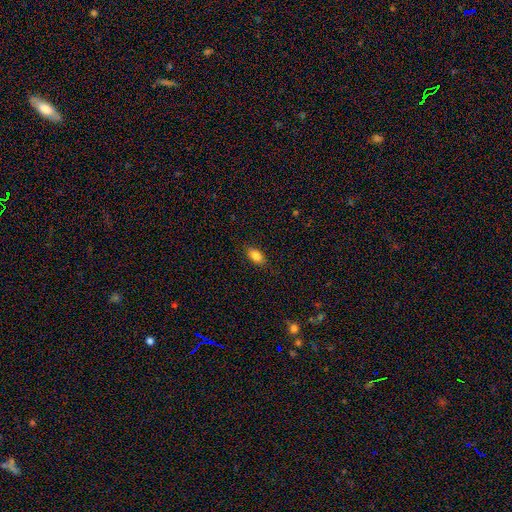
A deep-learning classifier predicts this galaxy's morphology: A smooth galaxy with no disk features (84%) that is in between round and cigar-shaped (87%). Merging: none (86%).